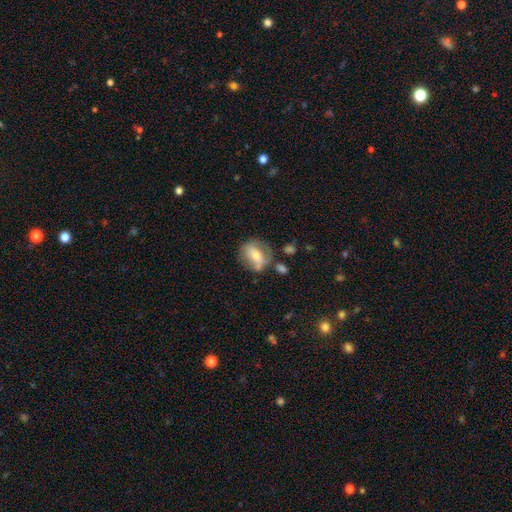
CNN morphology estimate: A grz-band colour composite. It shows a smooth galaxy with no disk features (48%). Merging: none (54%).